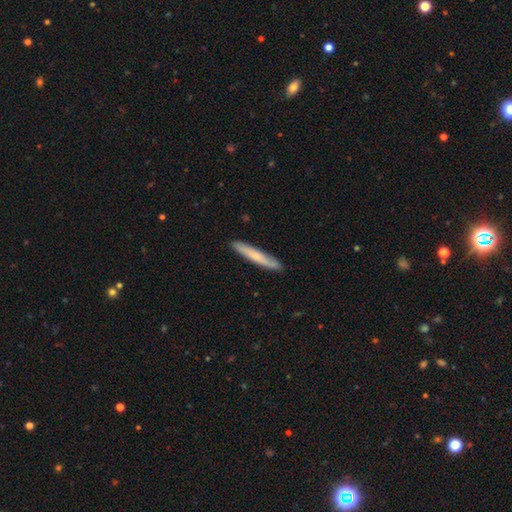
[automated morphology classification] Smooth or featured?
  - smooth: 58% *
  - featured or disk: 36%
  - star or artifact: 5%
How rounded?
  - cigar-shaped: 94% *
  - in between: 5%
  - round: 1%
Merging?
  - none: 88% *
  - minor disturbance: 9%
  - major disturbance: 1%
  - merger: 1%